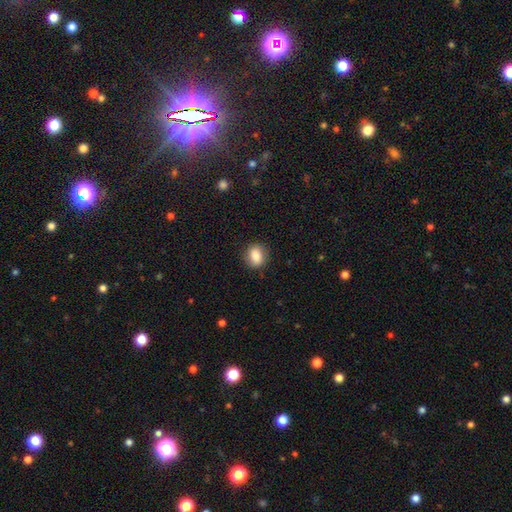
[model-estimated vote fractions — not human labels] A smooth galaxy with no disk features (83%) that is round (55%). Merging: none (85%).